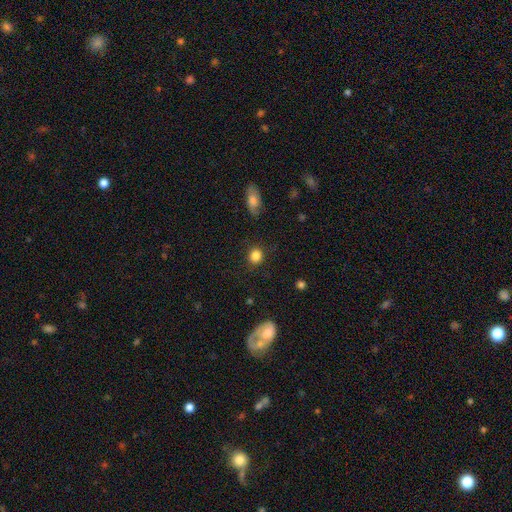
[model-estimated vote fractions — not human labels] Overall: smooth (85%). How rounded: round (82%). Merging: none (87%).